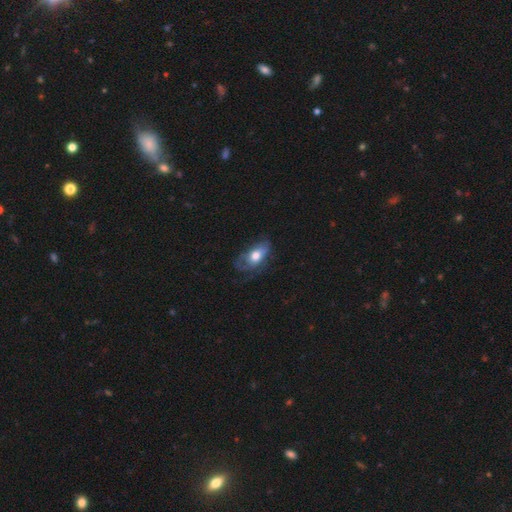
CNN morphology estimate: Smooth or featured: smooth — 53% (featured or disk — 41%)
How rounded: in between — 87% (round — 9%)
Merging: none — 42% (minor disturbance — 30%)